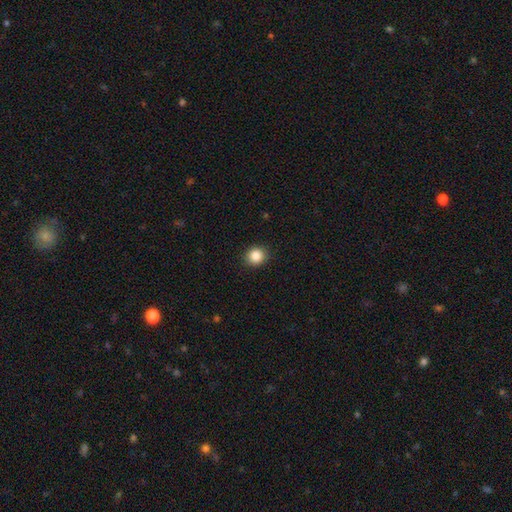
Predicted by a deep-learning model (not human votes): Smooth or featured?
  - smooth: 87% *
  - star or artifact: 10%
  - featured or disk: 4%
How rounded?
  - round: 86% *
  - in between: 13%
  - cigar-shaped: 1%
Merging?
  - none: 91% *
  - minor disturbance: 6%
  - major disturbance: 2%
  - merger: 1%